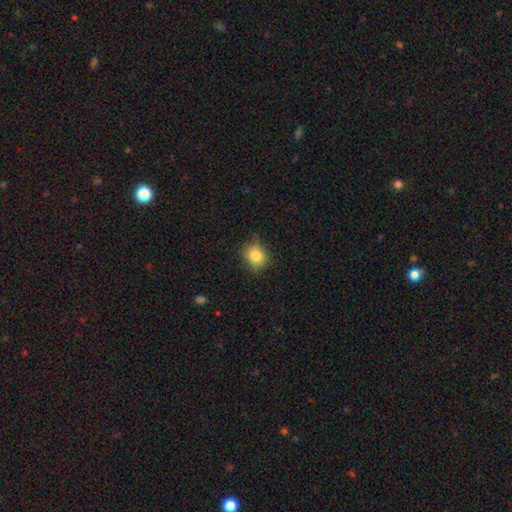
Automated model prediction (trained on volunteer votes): Morphology: type=smooth (83%); roundness=round (75%); merging=none (78%).